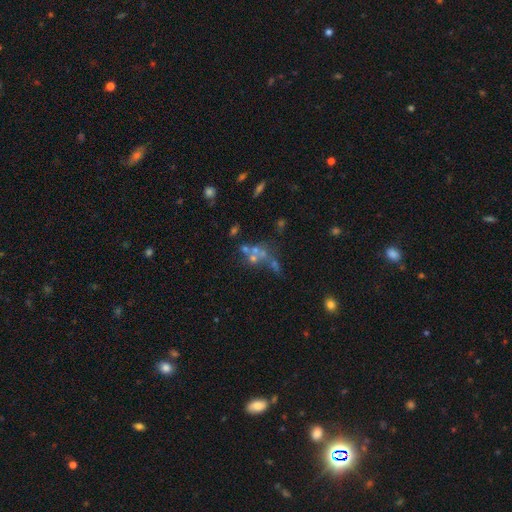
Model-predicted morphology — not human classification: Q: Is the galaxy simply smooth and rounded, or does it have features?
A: star or artifact — 35%.